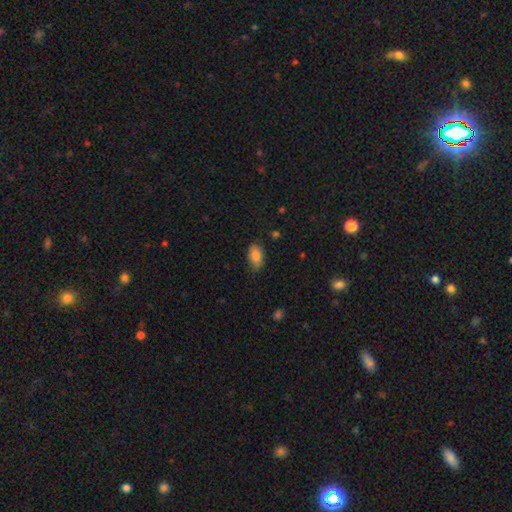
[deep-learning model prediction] The model was most divided on "merging": none: 76%, minor disturbance: 19%, major disturbance: 3%, merger: 1%. More confident: how rounded — in between (91%); smooth or featured — smooth (81%).